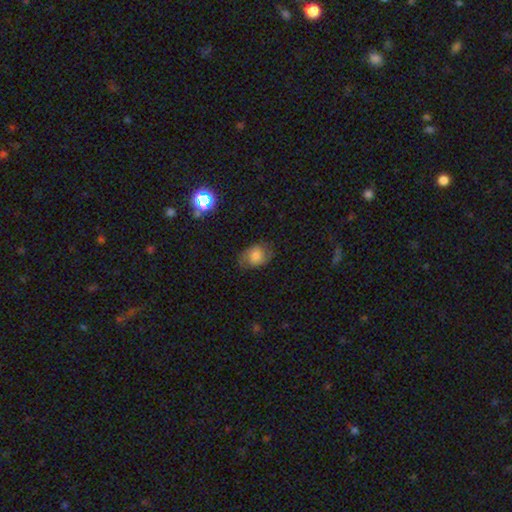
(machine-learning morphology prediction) type=smooth (65%); roundness=in between (62%); merging=none (63%).